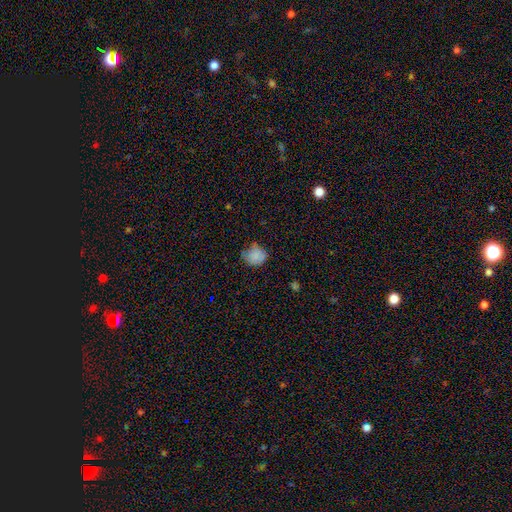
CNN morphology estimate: Smooth or featured? Predicted: smooth (p=0.82). How rounded? Predicted: round (p=0.73). Merging? Predicted: none (p=0.57).